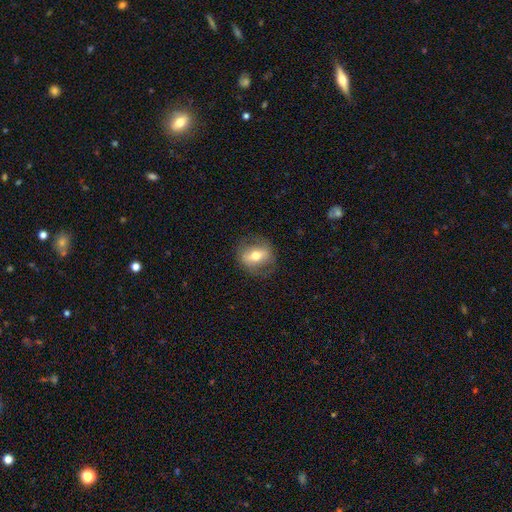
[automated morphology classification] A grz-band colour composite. It shows a featured or disk galaxy (49%). Merging: none (77%).